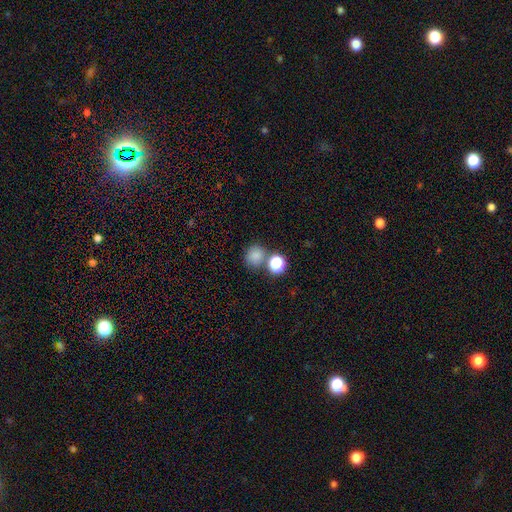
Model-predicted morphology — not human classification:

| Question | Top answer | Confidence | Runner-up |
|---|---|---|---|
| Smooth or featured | smooth | 78% | star or artifact (16%) |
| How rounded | round | 80% | in between (19%) |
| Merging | none | 67% | merger (20%) |